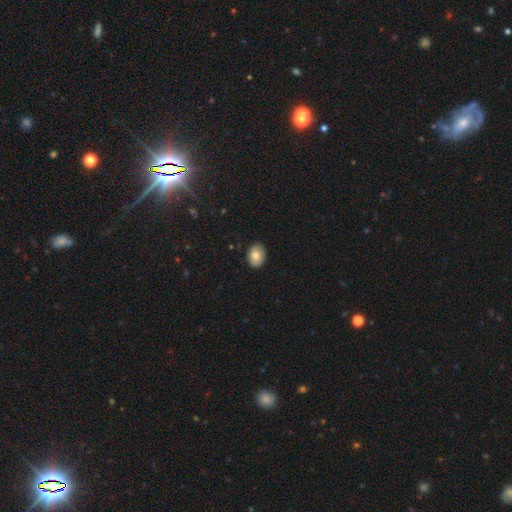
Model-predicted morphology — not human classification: The model was most divided on "how rounded": in between: 74%, round: 25%, cigar-shaped: 1%. More confident: merging — none (88%); smooth or featured — smooth (82%).